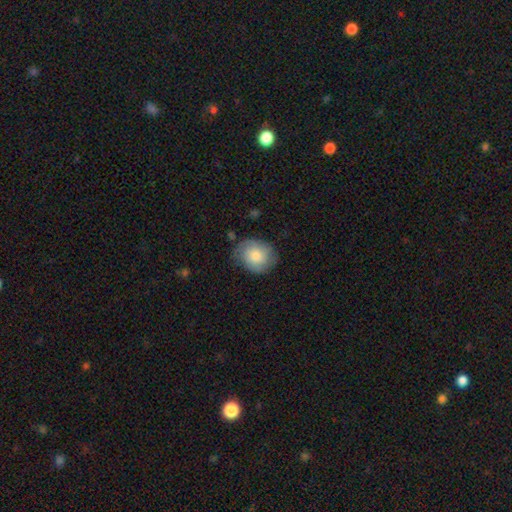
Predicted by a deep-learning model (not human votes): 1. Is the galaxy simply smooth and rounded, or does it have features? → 71% smooth, 22% featured or disk, 7% star or artifact.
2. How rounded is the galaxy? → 65% round, 34% in between, 1% cigar-shaped.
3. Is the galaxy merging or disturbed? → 68% none, 24% minor disturbance, 6% major disturbance, 2% merger.